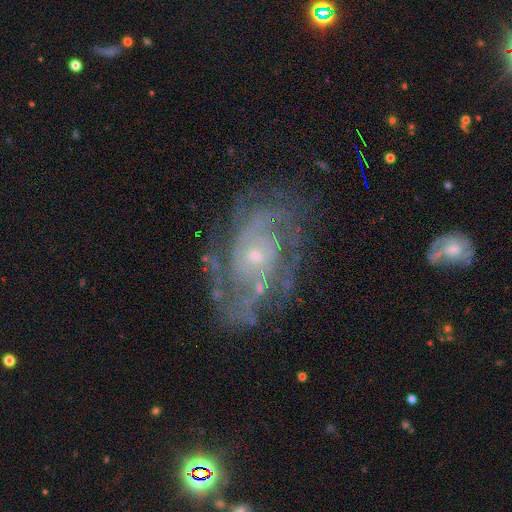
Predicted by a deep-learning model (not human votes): featured or disk 86%, smooth 7%, star or artifact 7%. Down the decision tree: edge-on disk — no (96%); bar — no (74%); spiral arms — yes (92%); spiral arm count — can't tell (33%); spiral winding — tight (56%); bulge size — small (66%); merging — none (69%).